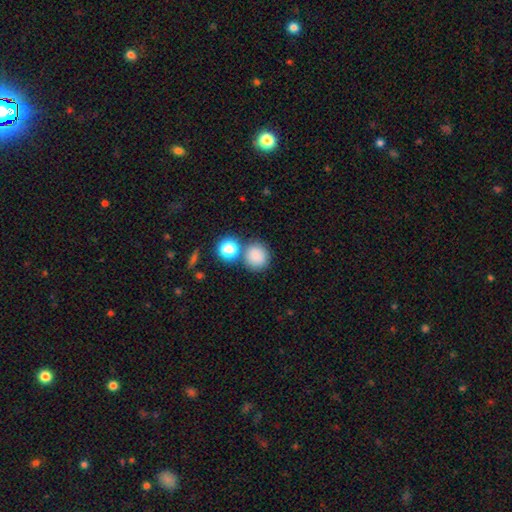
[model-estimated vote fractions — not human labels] smooth-or-featured: smooth: 83% | star or artifact: 11% | featured or disk: 5%
  how-rounded: round: 86% | in between: 13% | cigar-shaped: 1%
  merging: none: 68% | merger: 18% | minor disturbance: 10% | major disturbance: 4%